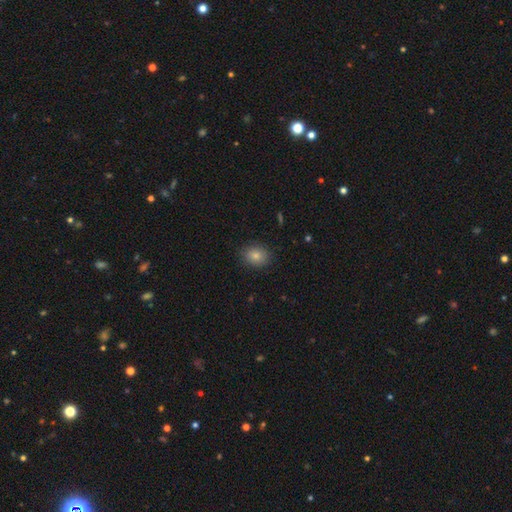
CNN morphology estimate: Q: Smooth or featured?
A: smooth (83%); runner-up: star or artifact (10%)
Q: How rounded?
A: round (55%); runner-up: in between (44%)
Q: Merging?
A: none (88%); runner-up: minor disturbance (9%)